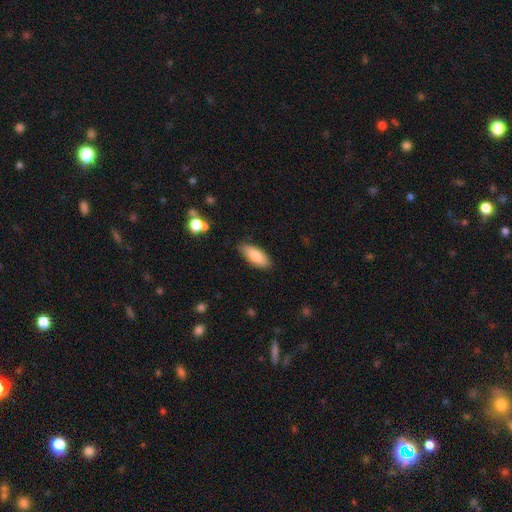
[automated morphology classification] Smooth or featured: smooth — 83% (featured or disk — 11%)
How rounded: in between — 80% (cigar-shaped — 18%)
Merging: none — 82% (minor disturbance — 14%)